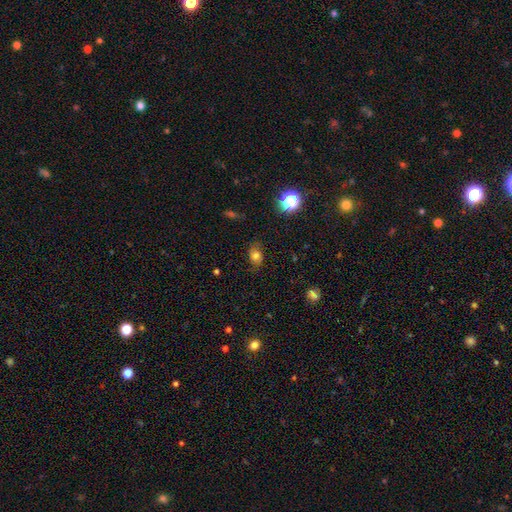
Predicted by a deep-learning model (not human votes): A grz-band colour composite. It shows a smooth galaxy with no disk features (73%) that is in between round and cigar-shaped (66%). Merging: none (77%).